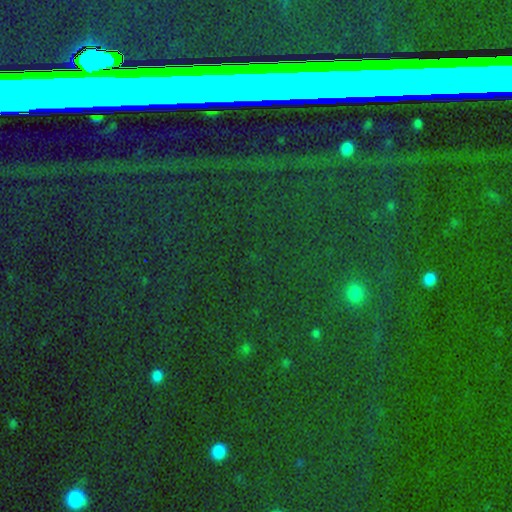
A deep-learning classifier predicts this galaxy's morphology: Smooth or featured? Predicted: star or artifact (p=0.74).